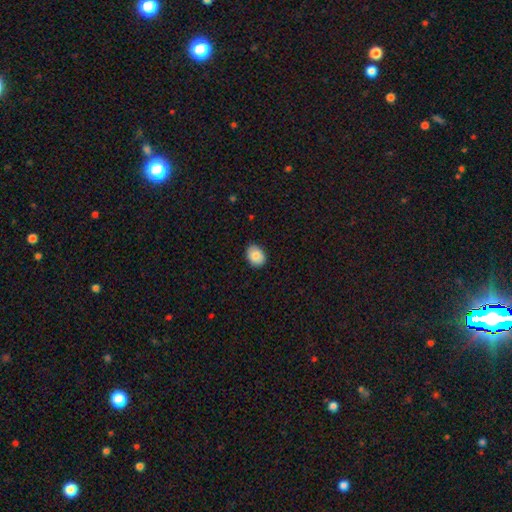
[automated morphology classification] Q: Smooth or featured?
A: smooth (86%); runner-up: star or artifact (7%)
Q: How rounded?
A: in between (66%); runner-up: round (33%)
Q: Merging?
A: none (85%); runner-up: minor disturbance (12%)